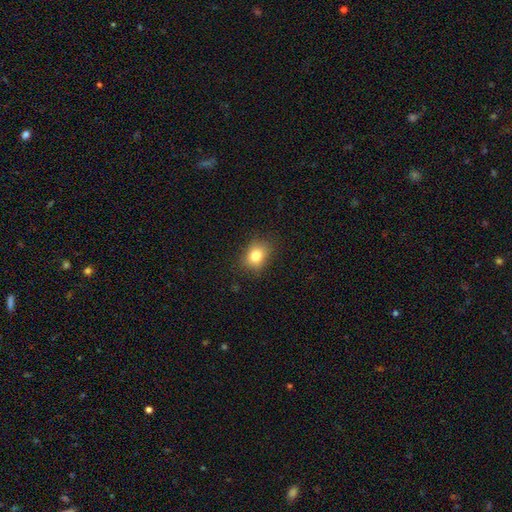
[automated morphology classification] This is clearly a smooth galaxy (80%). How rounded: possibly in between (50%). Merging: clearly none (84%).